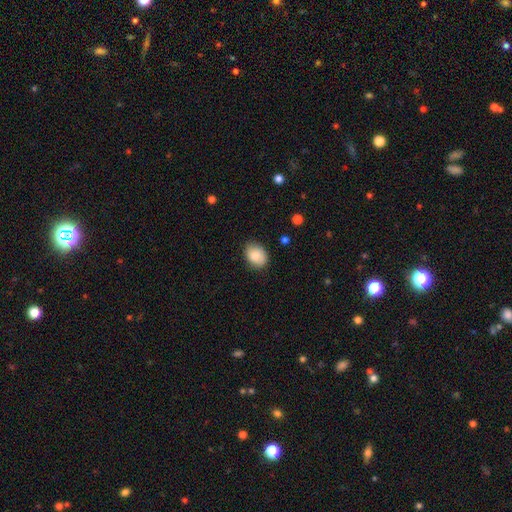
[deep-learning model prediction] A smooth galaxy with no disk features (85%) that is in between round and cigar-shaped (66%).

Vote fractions:
- Smooth or featured? smooth: 85% / featured or disk: 8% / star or artifact: 7%
- How rounded? in between: 66% / round: 33% / cigar-shaped: 1%
- Merging? none: 84% / minor disturbance: 13% / major disturbance: 2% / merger: 1%